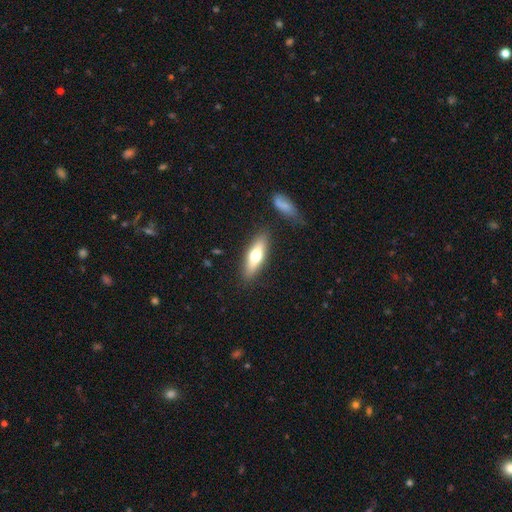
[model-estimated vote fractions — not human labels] Smooth or featured? Predicted: smooth (p=0.56). How rounded? Predicted: cigar-shaped (p=0.50). Merging? Predicted: none (p=0.83).